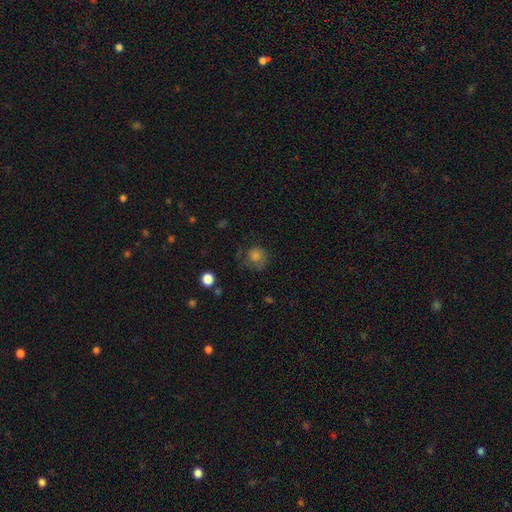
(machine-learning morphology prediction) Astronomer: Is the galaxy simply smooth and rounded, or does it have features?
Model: smooth — 66%.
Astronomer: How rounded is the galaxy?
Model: round — 84%.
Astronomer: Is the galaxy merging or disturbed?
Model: none — 59%.